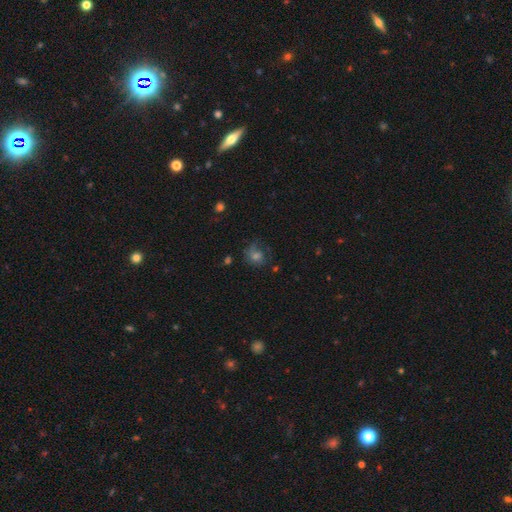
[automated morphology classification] Smooth or featured: smooth — 45% (featured or disk — 35%)
Merging: none — 54% (minor disturbance — 22%)